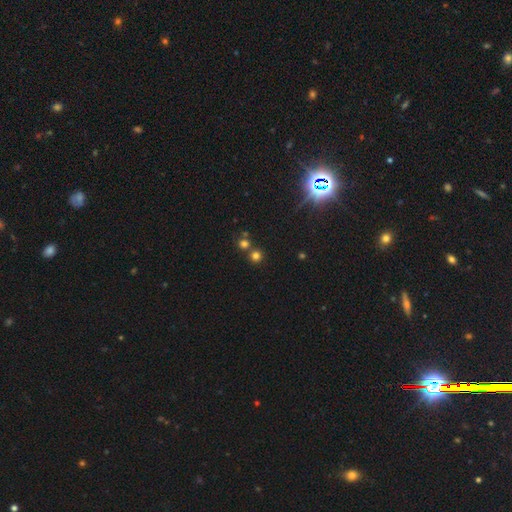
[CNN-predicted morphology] This appears to be a smooth galaxy with no disk features (71%) that is round (93%). Merging: none (70%).